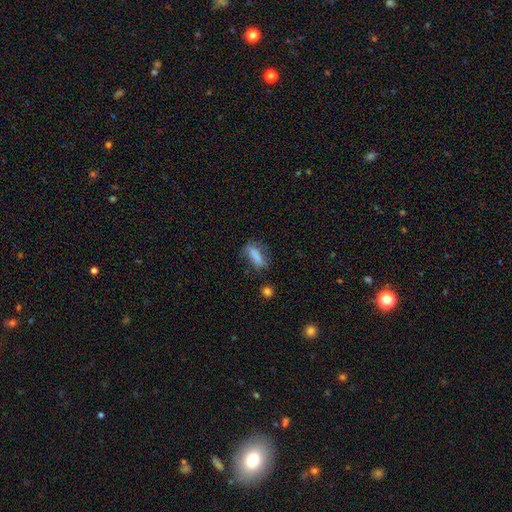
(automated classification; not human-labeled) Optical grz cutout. It shows a smooth galaxy with no disk features (78%) that is cigar-shaped (50%). Merging: none (64%).